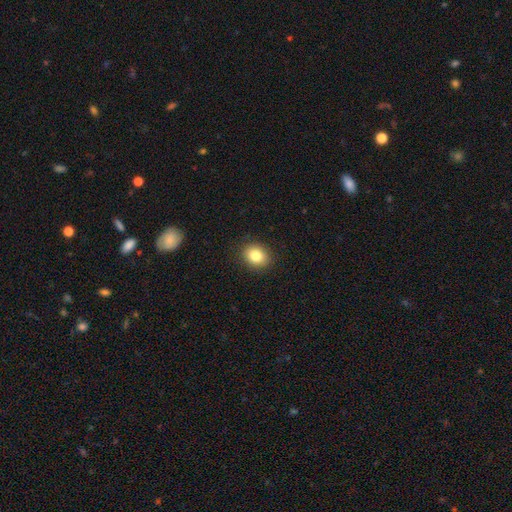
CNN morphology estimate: This is clearly a smooth galaxy (83%). How rounded: possibly round (60%). Merging: clearly none (89%).